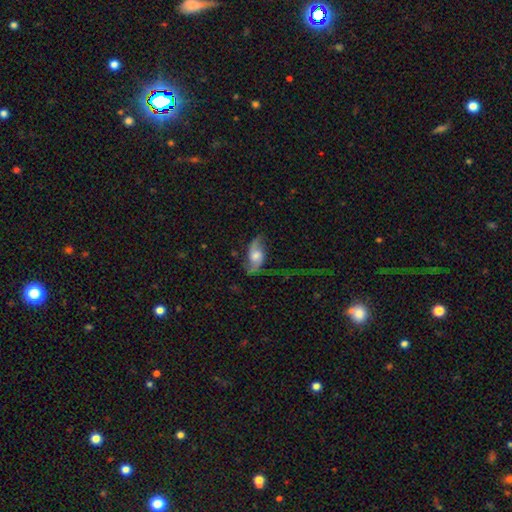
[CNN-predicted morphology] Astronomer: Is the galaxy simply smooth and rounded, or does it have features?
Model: featured or disk — 67%.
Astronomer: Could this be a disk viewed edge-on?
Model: no — 92%.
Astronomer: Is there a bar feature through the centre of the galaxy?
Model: no — 59% (runner-up: weak, 34%).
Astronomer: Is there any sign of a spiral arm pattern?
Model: yes — 90%.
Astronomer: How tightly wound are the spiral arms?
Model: loose — 64%.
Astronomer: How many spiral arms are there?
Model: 2 — 87%.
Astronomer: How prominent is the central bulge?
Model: moderate — 55%.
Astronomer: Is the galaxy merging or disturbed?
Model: none — 58%.